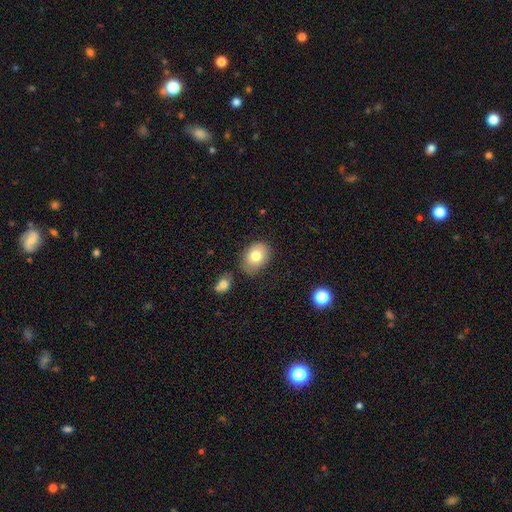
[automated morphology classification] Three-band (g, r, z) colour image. It shows a smooth galaxy with no disk features (78%) that is in between round and cigar-shaped (66%). Merging: none (71%).